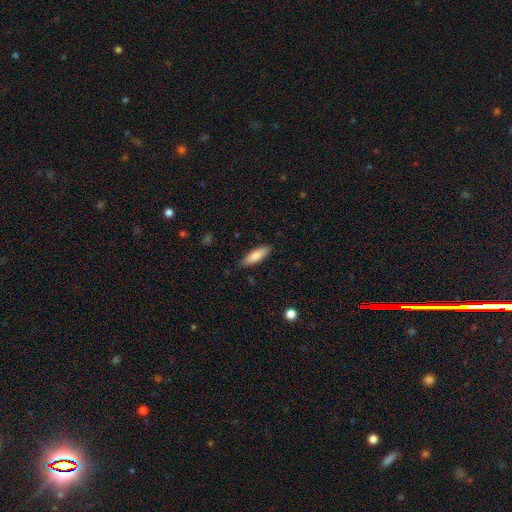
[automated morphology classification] Overall: smooth (82%). How rounded: in between (50%; cigar-shaped 48%). Merging: none (86%).